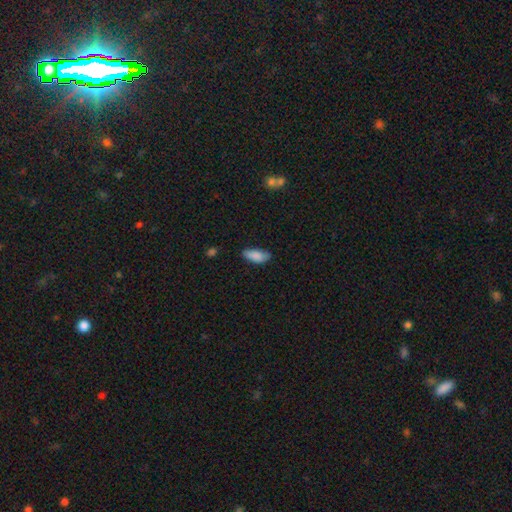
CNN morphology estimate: A smooth galaxy with no disk features (86%) that is in between round and cigar-shaped (86%).

Vote fractions:
- Smooth or featured? smooth: 86% / featured or disk: 8% / star or artifact: 7%
- How rounded? in between: 86% / cigar-shaped: 12% / round: 2%
- Merging? none: 69% / minor disturbance: 25% / major disturbance: 4% / merger: 2%